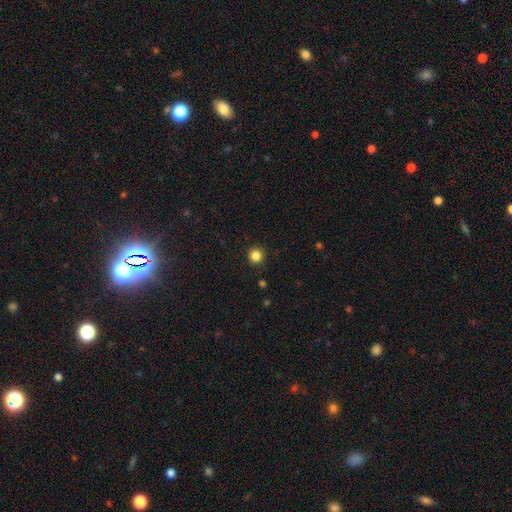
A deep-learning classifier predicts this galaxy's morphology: Smooth or featured? Predicted: smooth (p=0.85). How rounded? Predicted: round (p=0.95). Merging? Predicted: none (p=0.93).